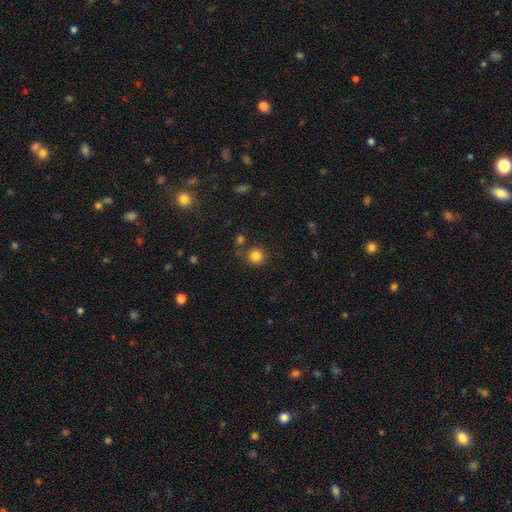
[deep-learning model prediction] This is clearly a smooth galaxy (83%). How rounded: clearly round (92%). Merging: likely none (80%).